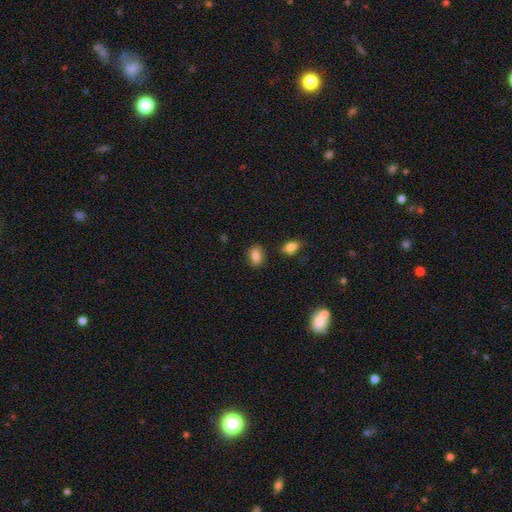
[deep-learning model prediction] A smooth galaxy with no disk features (83%) that is in between round and cigar-shaped (77%). Merging: none (82%).